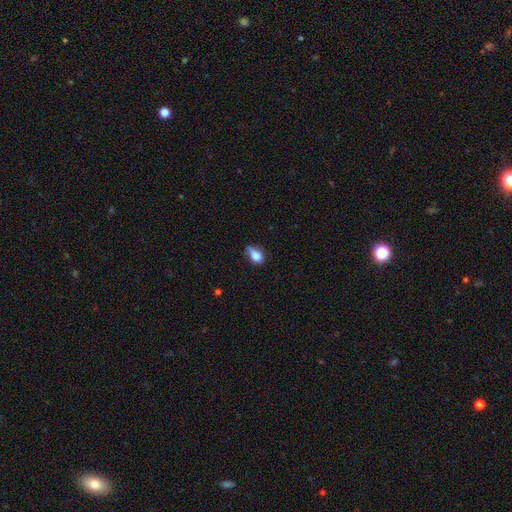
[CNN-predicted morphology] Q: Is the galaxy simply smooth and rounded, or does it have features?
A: smooth — 78%.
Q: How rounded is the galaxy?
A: in between — 79%.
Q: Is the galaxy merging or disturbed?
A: minor disturbance — 42%.